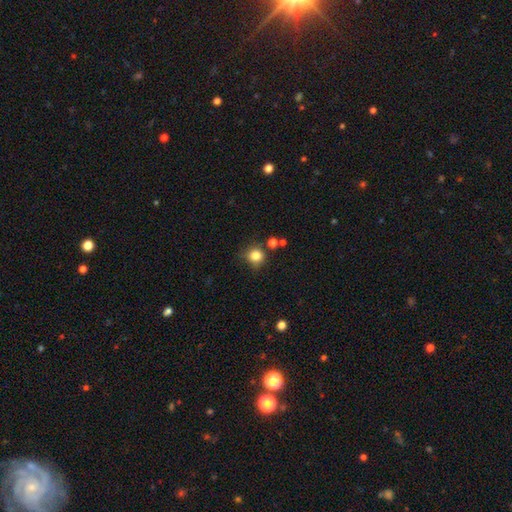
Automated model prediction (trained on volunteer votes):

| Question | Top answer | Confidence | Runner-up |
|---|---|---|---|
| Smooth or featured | smooth | 83% | star or artifact (12%) |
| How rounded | round | 89% | in between (10%) |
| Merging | none | 75% | minor disturbance (15%) |